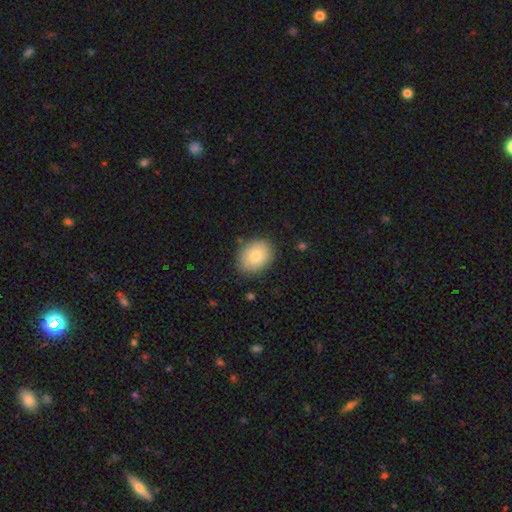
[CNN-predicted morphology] smooth 82%, featured or disk 11%, star or artifact 7%. Down the decision tree: how rounded — in between (65%); merging — none (84%).